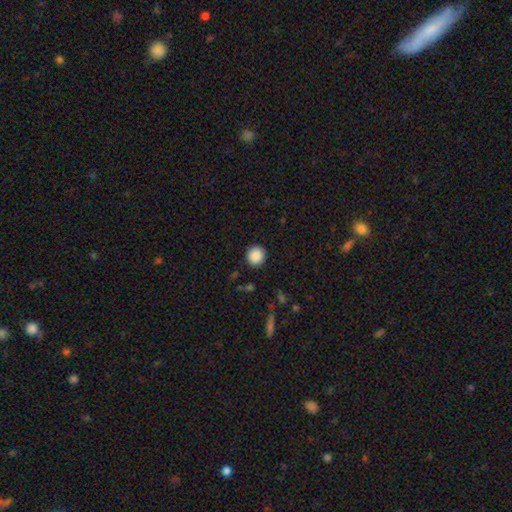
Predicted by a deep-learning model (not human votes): This is clearly a smooth galaxy (88%). How rounded: clearly round (92%). Merging: clearly none (91%).